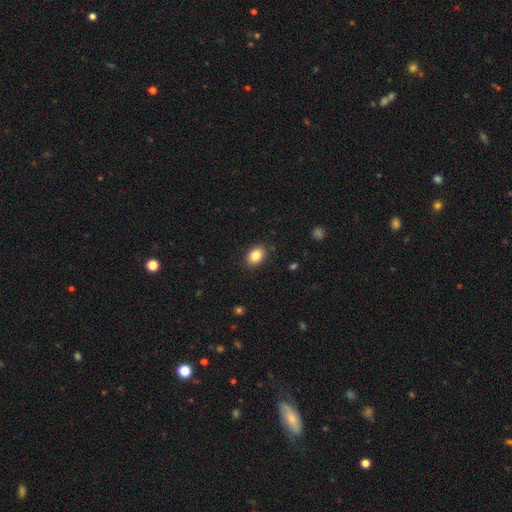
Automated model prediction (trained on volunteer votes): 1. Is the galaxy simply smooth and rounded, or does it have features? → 84% smooth, 9% star or artifact, 7% featured or disk.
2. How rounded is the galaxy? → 74% in between, 25% round, 1% cigar-shaped.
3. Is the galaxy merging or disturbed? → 88% none, 9% minor disturbance, 2% major disturbance, 1% merger.